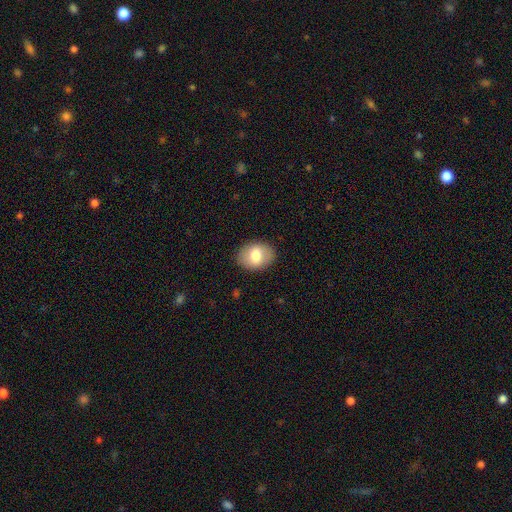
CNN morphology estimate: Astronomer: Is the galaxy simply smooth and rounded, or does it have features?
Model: smooth — 73%.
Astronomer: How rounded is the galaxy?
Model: in between — 73%.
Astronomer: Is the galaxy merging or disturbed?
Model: none — 87%.